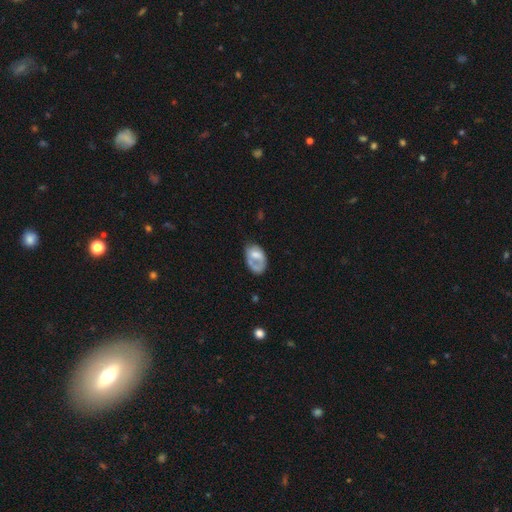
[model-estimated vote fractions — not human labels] A smooth galaxy with no disk features (49%). Merging: none (32%, tied with major disturbance).